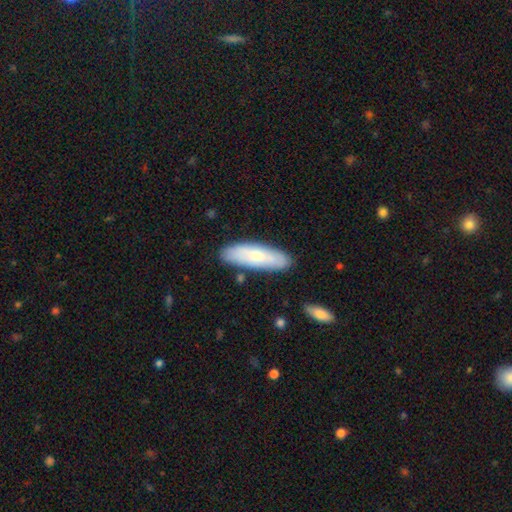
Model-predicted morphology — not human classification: Smooth or featured? Predicted: smooth (p=0.66). How rounded? Predicted: cigar-shaped (p=0.51). Merging? Predicted: none (p=0.84).